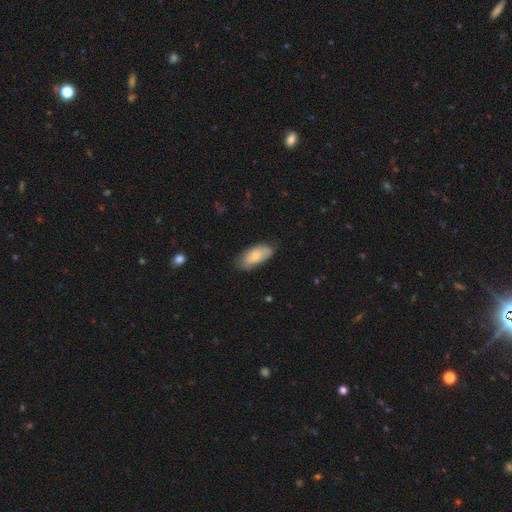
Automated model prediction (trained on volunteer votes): A smooth galaxy with no disk features (77%) that is in between round and cigar-shaped (90%).

Vote fractions:
- Smooth or featured? smooth: 77% / featured or disk: 17% / star or artifact: 6%
- How rounded? in between: 90% / cigar-shaped: 8% / round: 2%
- Merging? none: 73% / minor disturbance: 22% / major disturbance: 4% / merger: 1%